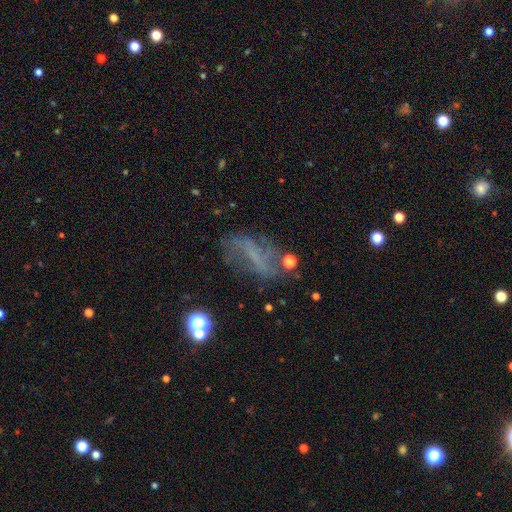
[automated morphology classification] The model was most divided on "smooth or featured": featured or disk: 56%, smooth: 26%, star or artifact: 18%. More confident: edge-on disk — no (89%); merging — none (54%).